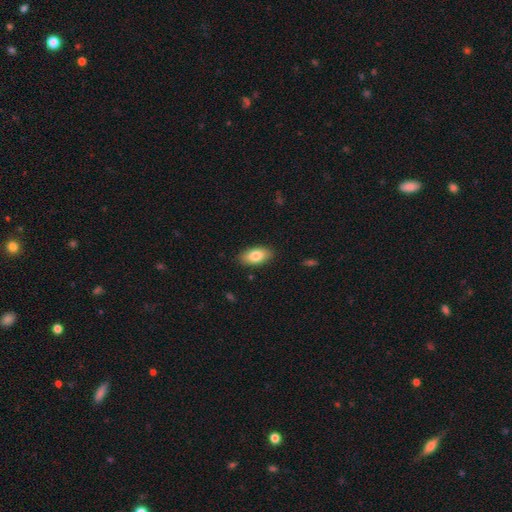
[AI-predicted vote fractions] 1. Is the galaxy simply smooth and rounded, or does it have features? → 83% smooth, 10% featured or disk, 7% star or artifact.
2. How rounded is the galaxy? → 92% in between, 4% cigar-shaped, 3% round.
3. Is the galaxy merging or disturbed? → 88% none, 9% minor disturbance, 2% major disturbance, 1% merger.